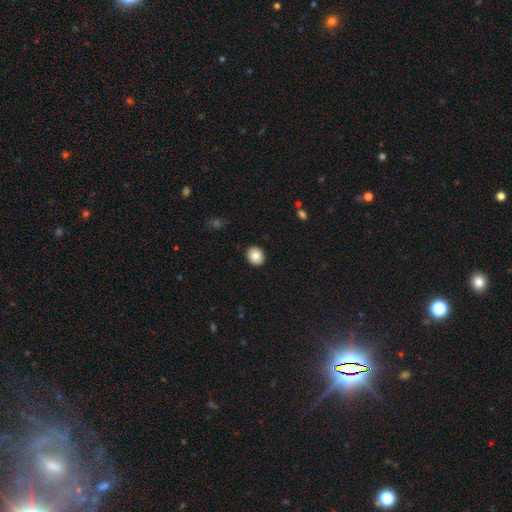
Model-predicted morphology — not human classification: Smooth or featured? Predicted: smooth (p=0.80). How rounded? Predicted: round (p=0.77). Merging? Predicted: none (p=0.91).